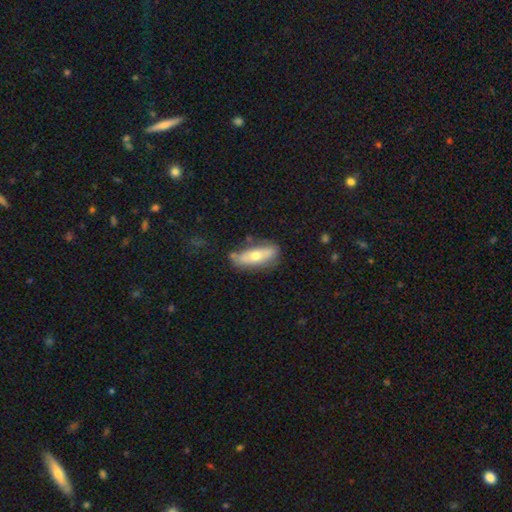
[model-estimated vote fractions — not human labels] This is possibly a smooth galaxy (57%). How rounded: possibly in between (57%). Merging: likely none (71%).